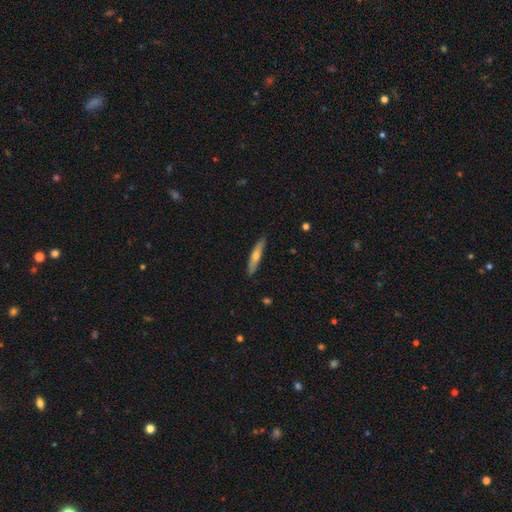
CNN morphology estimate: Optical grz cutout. It shows a smooth galaxy with no disk features (55%) that is cigar-shaped (90%). Merging: none (87%).